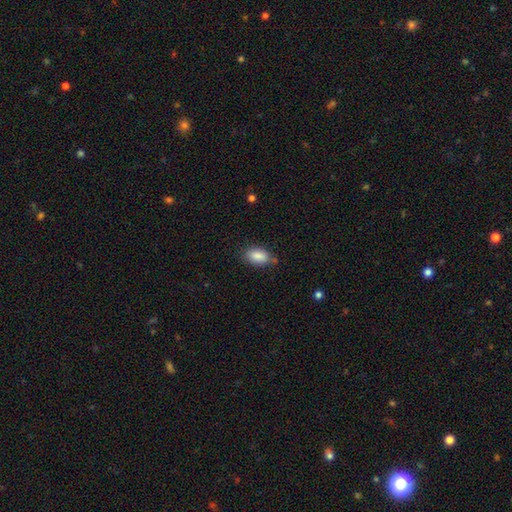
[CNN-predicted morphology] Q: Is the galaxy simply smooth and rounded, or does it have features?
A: smooth — 87%.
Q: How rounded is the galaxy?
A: in between — 91%.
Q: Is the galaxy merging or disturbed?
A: none — 72%.